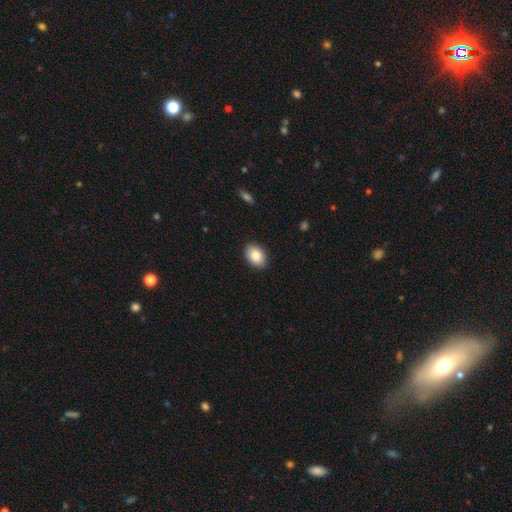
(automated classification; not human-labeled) smooth 86%, star or artifact 7%, featured or disk 6%. Down the decision tree: how rounded — in between (82%); merging — none (89%).